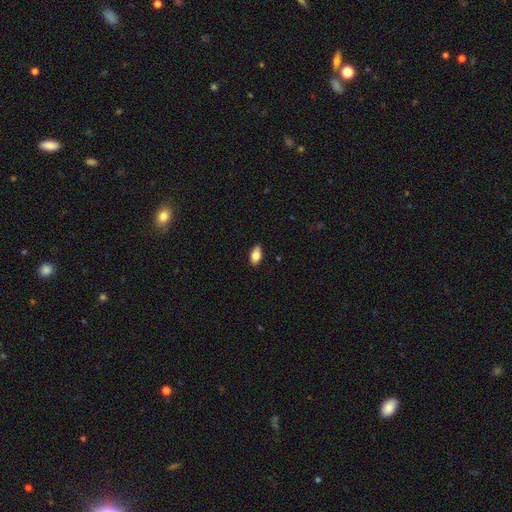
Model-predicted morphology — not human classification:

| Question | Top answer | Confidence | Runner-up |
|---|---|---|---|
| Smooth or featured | smooth | 78% | featured or disk (14%) |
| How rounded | in between | 90% | round (5%) |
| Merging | none | 85% | minor disturbance (12%) |